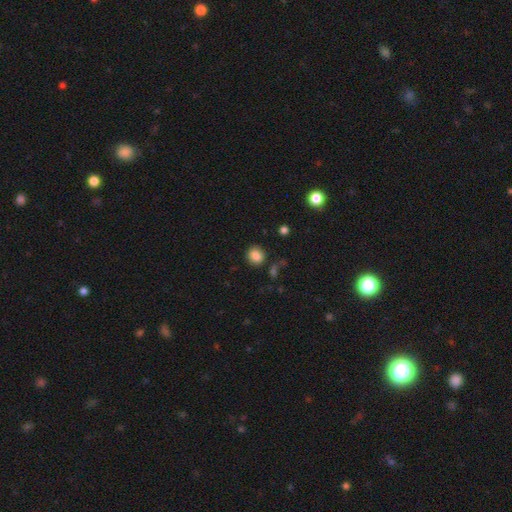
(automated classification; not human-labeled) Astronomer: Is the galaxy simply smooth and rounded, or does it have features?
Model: smooth — 85%.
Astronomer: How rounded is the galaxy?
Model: round — 73%.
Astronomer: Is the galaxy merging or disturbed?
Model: none — 83%.